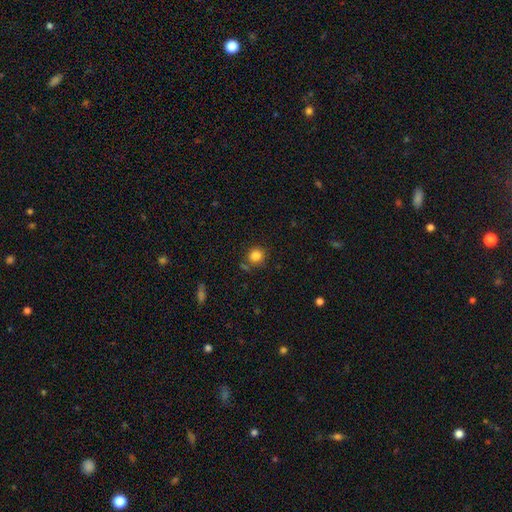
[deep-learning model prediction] smooth_or_featured: smooth (p=0.83) [alt: star or artifact p=0.11]
how_rounded: round (p=0.87) [alt: in between p=0.12]
merging: none (p=0.78) [alt: minor disturbance p=0.12]